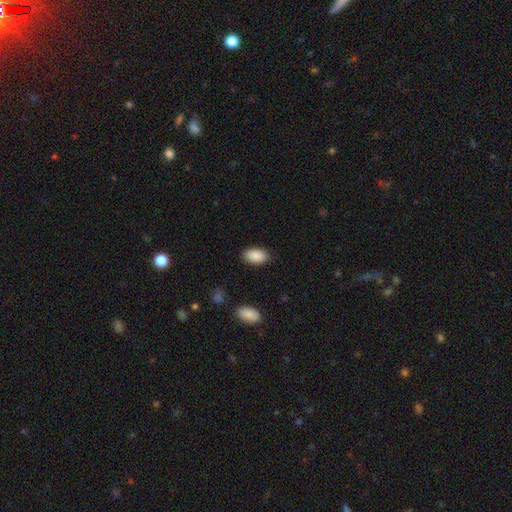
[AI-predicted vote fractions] smooth-or-featured: smooth: 88% | star or artifact: 7% | featured or disk: 6%
  how-rounded: in between: 94% | round: 4% | cigar-shaped: 2%
  merging: none: 86% | minor disturbance: 11% | major disturbance: 3% | merger: 1%